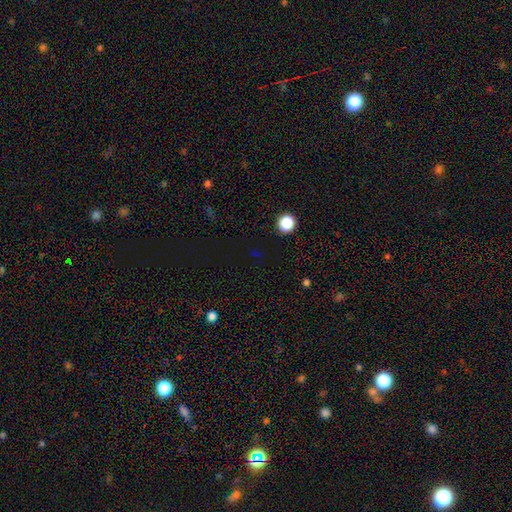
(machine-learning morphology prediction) This appears to be a star or artifact, not a galaxy (56%).